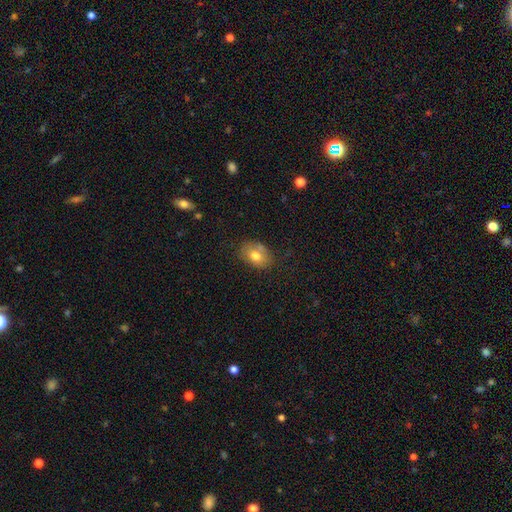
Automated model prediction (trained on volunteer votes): smooth-or-featured: smooth: 75% | featured or disk: 16% | star or artifact: 9%
  how-rounded: in between: 76% | round: 23% | cigar-shaped: 1%
  merging: none: 65% | minor disturbance: 24% | major disturbance: 6% | merger: 5%